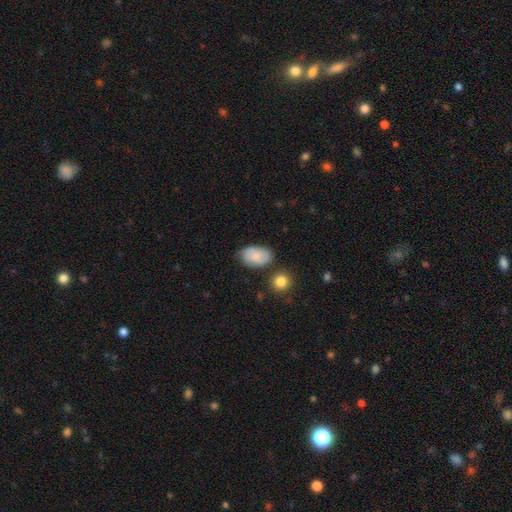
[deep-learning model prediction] Smooth or featured?
  - smooth: 76% *
  - featured or disk: 17%
  - star or artifact: 7%
How rounded?
  - in between: 89% *
  - round: 9%
  - cigar-shaped: 1%
Merging?
  - none: 63% *
  - minor disturbance: 25%
  - merger: 6%
  - major disturbance: 6%